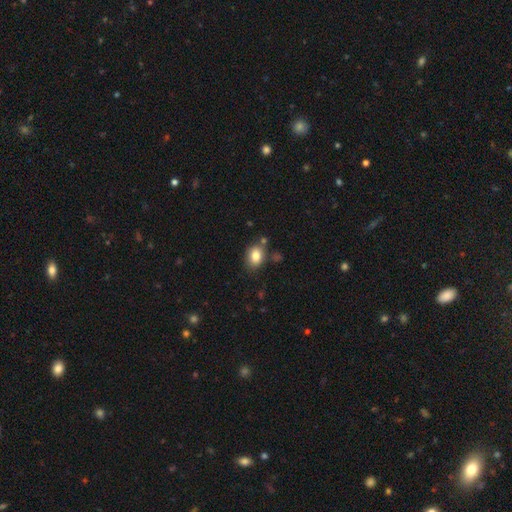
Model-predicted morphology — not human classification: Q: Smooth or featured?
A: smooth (82%); runner-up: featured or disk (9%)
Q: How rounded?
A: in between (73%); runner-up: round (26%)
Q: Merging?
A: none (71%); runner-up: minor disturbance (16%)